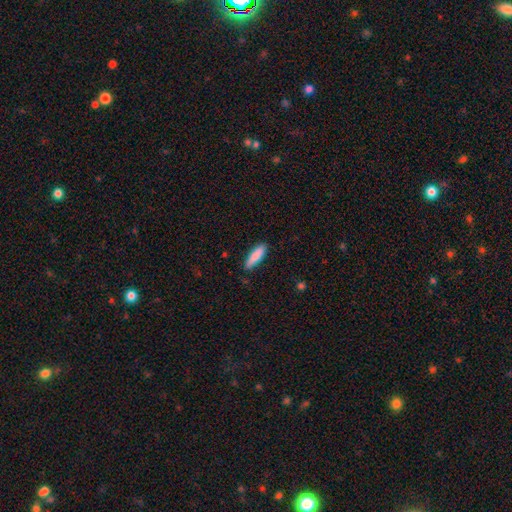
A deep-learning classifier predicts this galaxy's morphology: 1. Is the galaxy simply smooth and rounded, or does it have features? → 86% smooth, 9% featured or disk, 6% star or artifact.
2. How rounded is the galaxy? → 64% cigar-shaped, 35% in between, 1% round.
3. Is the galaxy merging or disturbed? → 81% none, 15% minor disturbance, 2% major disturbance, 1% merger.